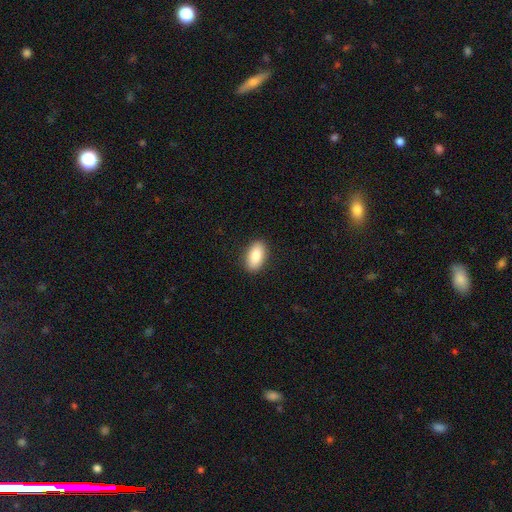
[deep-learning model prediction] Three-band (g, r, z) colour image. It shows a smooth galaxy with no disk features (87%) that is in between round and cigar-shaped (92%). Merging: none (89%).